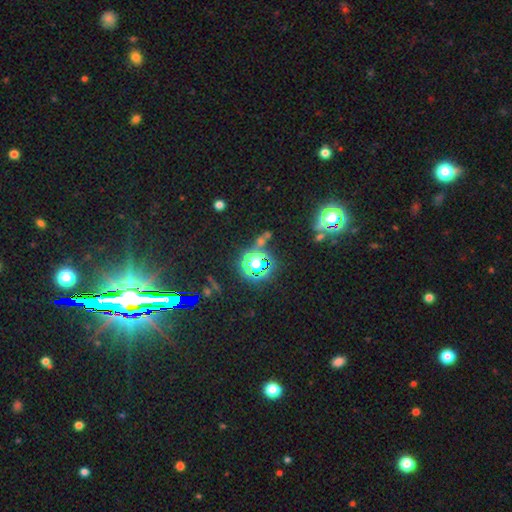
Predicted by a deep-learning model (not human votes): star or artifact 81%, smooth 10%, featured or disk 9%.